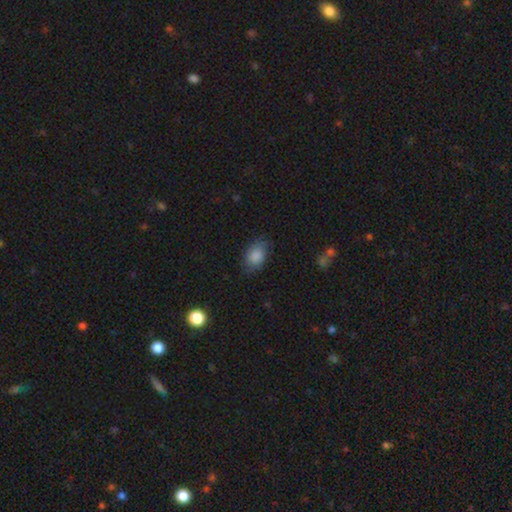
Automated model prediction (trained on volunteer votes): Overall: smooth (86%). How rounded: in between (82%). Merging: none (73%).